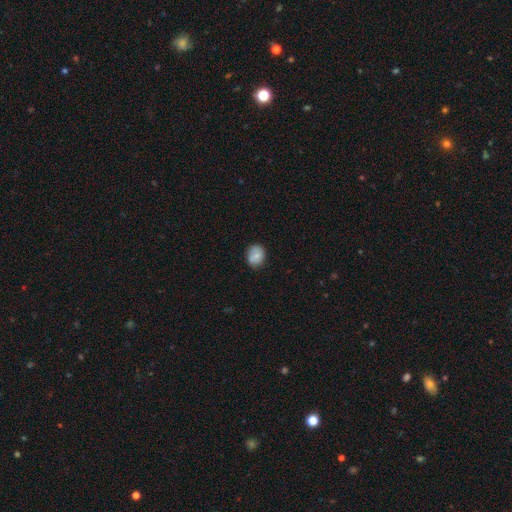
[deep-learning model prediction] A smooth galaxy with no disk features (76%) that is round (56%). Merging: none (77%).